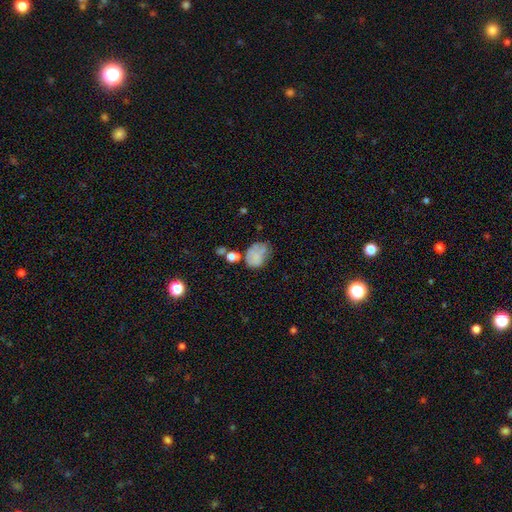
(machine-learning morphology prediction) Smooth or featured? smooth (64%)
How rounded? in between (61%)
Merging? none (39%)